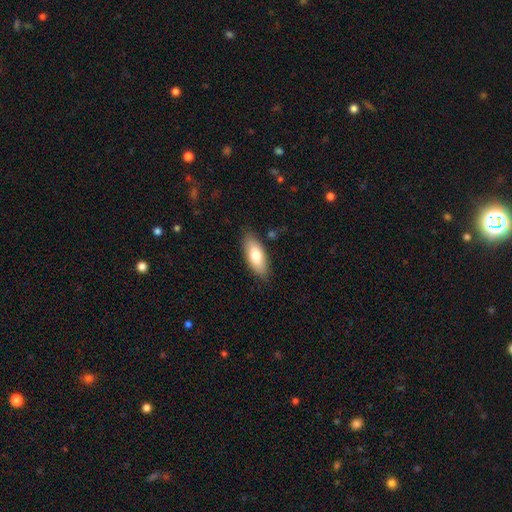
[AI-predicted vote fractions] smooth_or_featured: smooth (p=0.75) [alt: featured or disk p=0.19]
how_rounded: in between (p=0.82) [alt: cigar-shaped p=0.16]
merging: none (p=0.83) [alt: minor disturbance p=0.13]